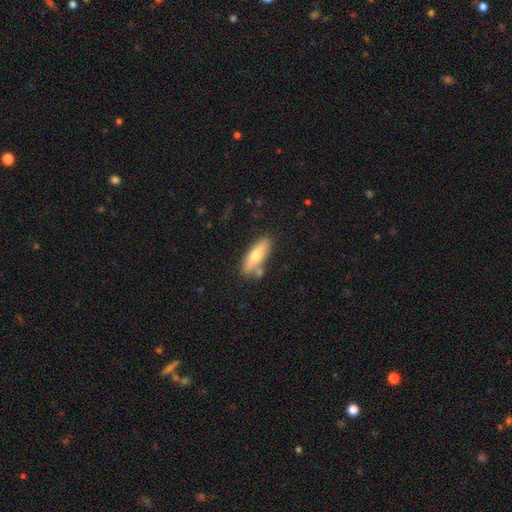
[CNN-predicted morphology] type=smooth (61%); roundness=cigar-shaped (52%); merging=none (76%).